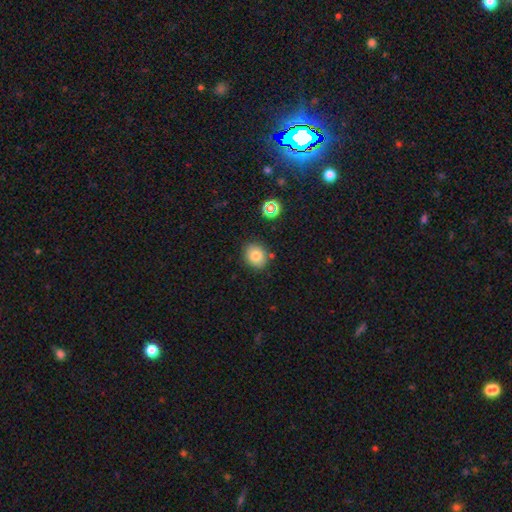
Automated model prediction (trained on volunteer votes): The model was most divided on "how rounded": round: 63%, in between: 36%, cigar-shaped: 1%. More confident: merging — none (83%); smooth or featured — smooth (80%).